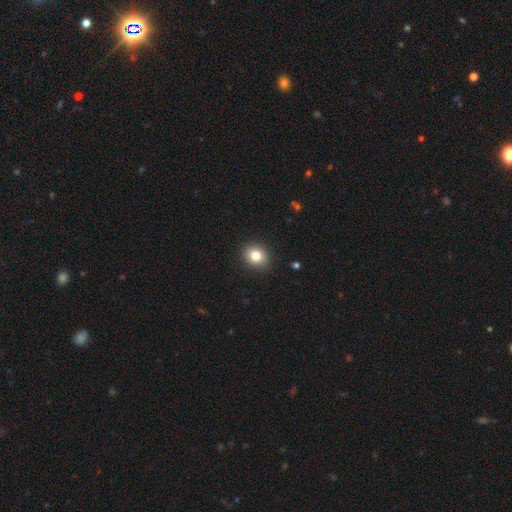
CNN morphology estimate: The model was most divided on "how rounded": round: 70%, in between: 29%, cigar-shaped: 1%. More confident: merging — none (91%); smooth or featured — smooth (82%).